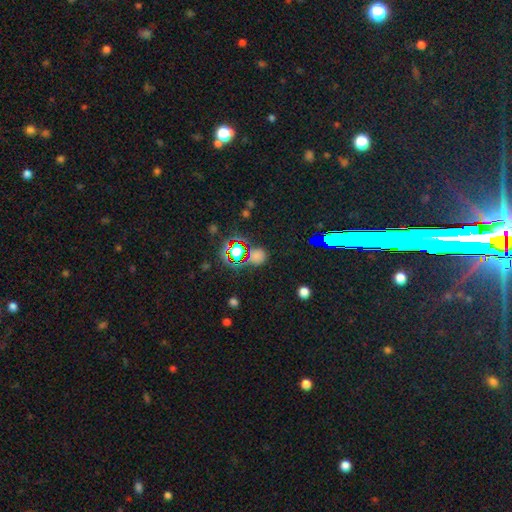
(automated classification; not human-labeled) This appears to be a star or artifact, not a galaxy (61%).